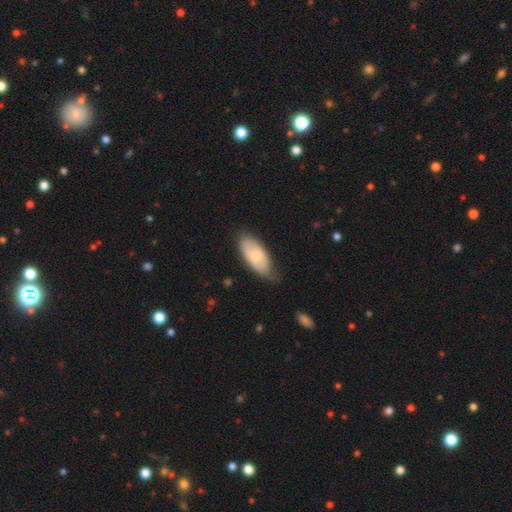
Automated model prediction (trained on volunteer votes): Smooth or featured?
  - smooth: 65% *
  - featured or disk: 29%
  - star or artifact: 6%
How rounded?
  - in between: 89% *
  - cigar-shaped: 8%
  - round: 3%
Merging?
  - none: 61% *
  - minor disturbance: 31%
  - major disturbance: 6%
  - merger: 2%